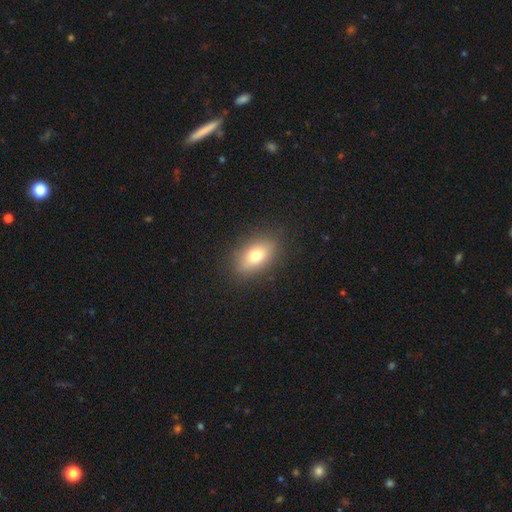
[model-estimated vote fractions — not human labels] Smooth or featured?
  - smooth: 75% *
  - featured or disk: 15%
  - star or artifact: 10%
How rounded?
  - in between: 86% *
  - round: 11%
  - cigar-shaped: 4%
Merging?
  - none: 86% *
  - minor disturbance: 10%
  - major disturbance: 3%
  - merger: 1%